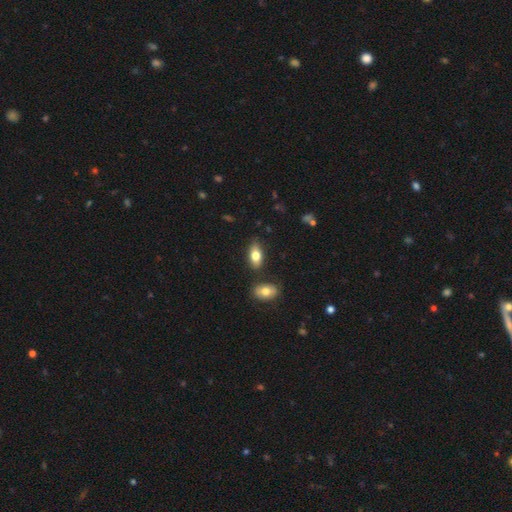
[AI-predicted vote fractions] Smooth or featured? smooth (77%)
How rounded? in between (90%)
Merging? none (78%)